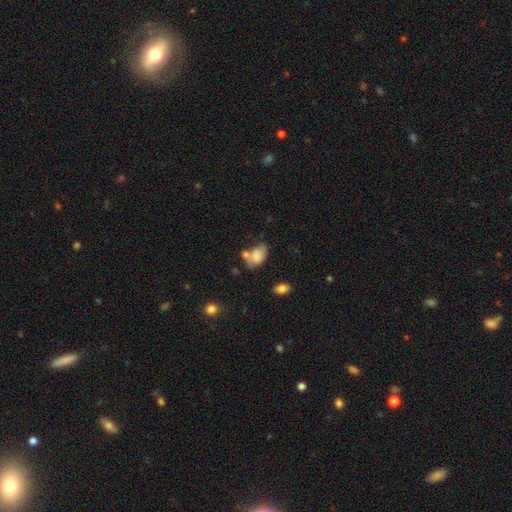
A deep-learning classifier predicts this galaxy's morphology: Smooth or featured? Predicted: smooth (p=0.60). How rounded? Predicted: in between (p=0.86). Merging? Predicted: none (p=0.33).